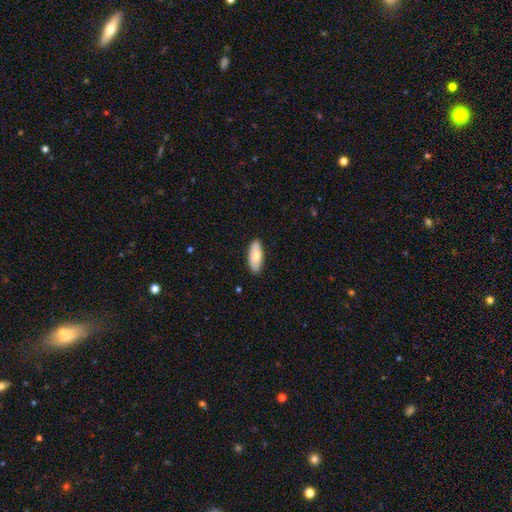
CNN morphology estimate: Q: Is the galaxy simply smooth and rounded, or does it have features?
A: smooth — 72%.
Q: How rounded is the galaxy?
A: in between — 79%.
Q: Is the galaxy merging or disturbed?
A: none — 88%.